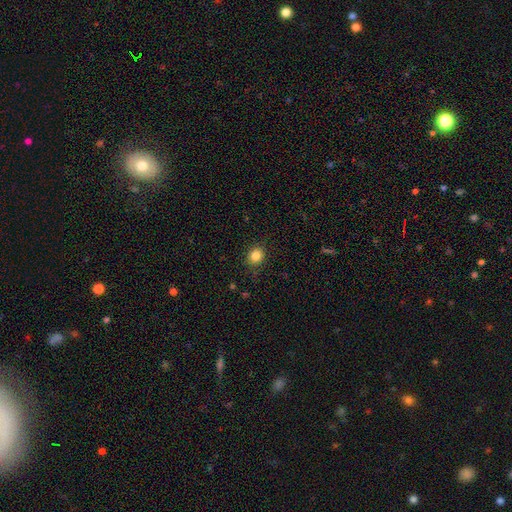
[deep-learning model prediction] Smooth or featured: smooth — 84% (star or artifact — 11%)
How rounded: round — 74% (in between — 25%)
Merging: none — 86% (minor disturbance — 10%)